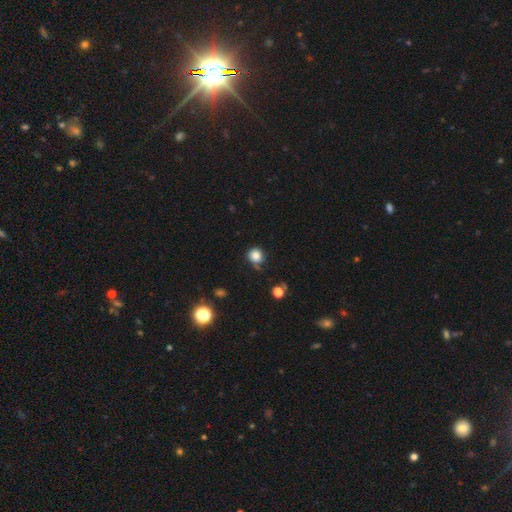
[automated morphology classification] Q: Smooth or featured?
A: smooth (82%); runner-up: star or artifact (11%)
Q: How rounded?
A: round (87%); runner-up: in between (12%)
Q: Merging?
A: none (62%); runner-up: minor disturbance (25%)